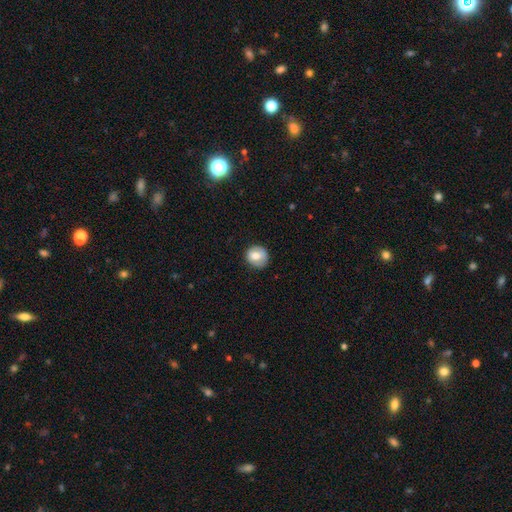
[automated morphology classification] Overall: smooth (73%). How rounded: round (83%). Merging: none (79%).